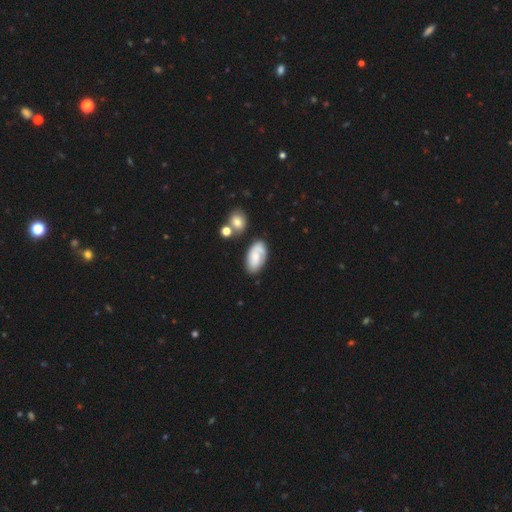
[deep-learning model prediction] This appears to be a smooth galaxy with no disk features (49%). Merging: none (63%).